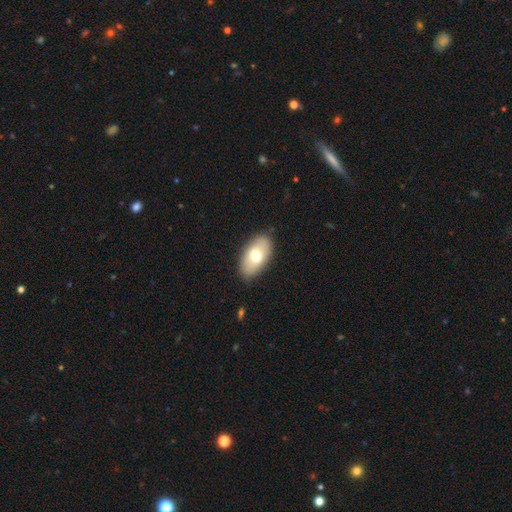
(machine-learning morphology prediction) The model was most divided on "smooth or featured": smooth: 68%, featured or disk: 26%, star or artifact: 6%. More confident: how rounded — in between (93%); merging — none (83%).